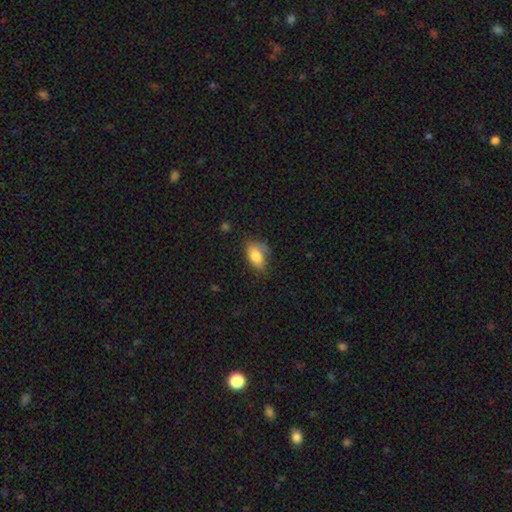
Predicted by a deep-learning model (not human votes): Smooth or featured?
  - smooth: 79% *
  - featured or disk: 14%
  - star or artifact: 7%
How rounded?
  - in between: 90% *
  - round: 7%
  - cigar-shaped: 3%
Merging?
  - none: 52% *
  - minor disturbance: 32%
  - major disturbance: 14%
  - merger: 3%